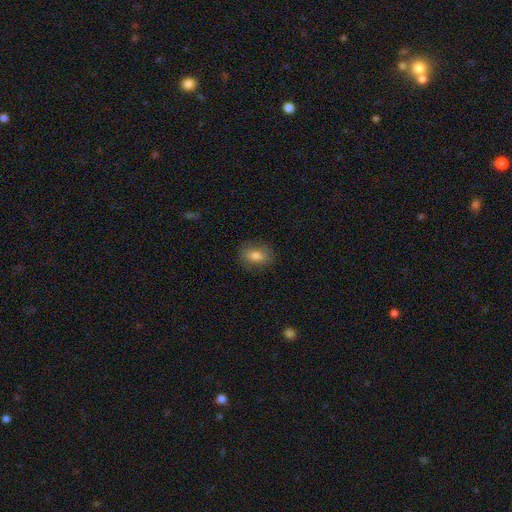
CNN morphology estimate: smooth-or-featured: smooth: 77% | featured or disk: 13% | star or artifact: 10%
  how-rounded: in between: 69% | round: 29% | cigar-shaped: 2%
  merging: none: 83% | minor disturbance: 13% | major disturbance: 3% | merger: 1%